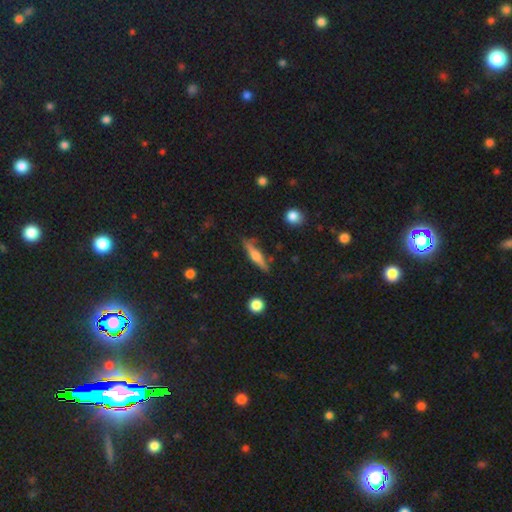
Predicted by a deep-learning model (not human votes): The model was most divided on "smooth or featured": featured or disk: 53%, smooth: 40%, star or artifact: 7%. More confident: edge-on disk — yes (94%); merging — none (81%).